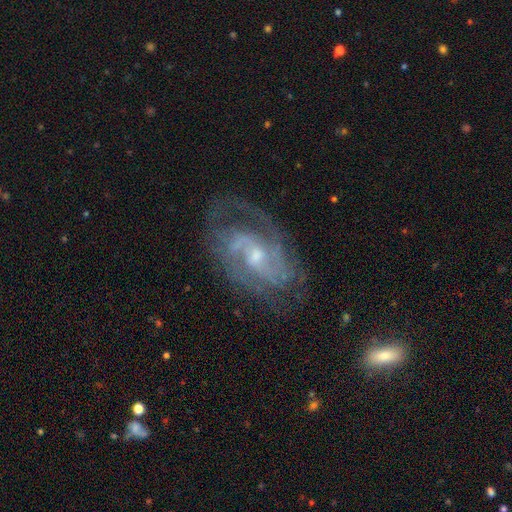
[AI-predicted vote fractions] Smooth or featured? featured or disk (88%)
Edge-on disk? no (96%)
Bar? no (50%)
Spiral arms? yes (96%)
Spiral winding? medium (44%, tied with tight)
Spiral arm count? 2 (55%)
Bulge size? small (56%)
Merging? none (70%)